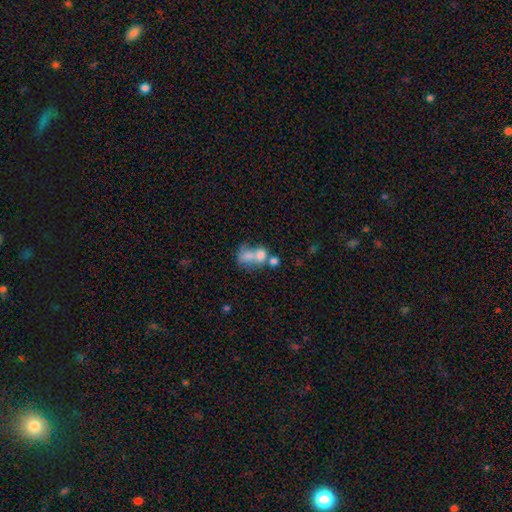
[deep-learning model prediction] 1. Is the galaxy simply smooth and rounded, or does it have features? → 64% smooth, 23% featured or disk, 12% star or artifact.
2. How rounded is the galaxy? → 64% in between, 34% round, 2% cigar-shaped.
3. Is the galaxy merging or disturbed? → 62% merger, 19% none, 11% major disturbance, 9% minor disturbance.